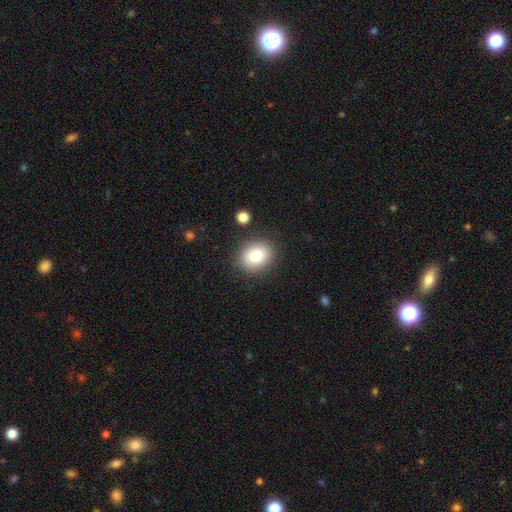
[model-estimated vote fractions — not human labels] This appears to be a smooth galaxy with no disk features (81%) that is round (59%). Merging: none (85%).